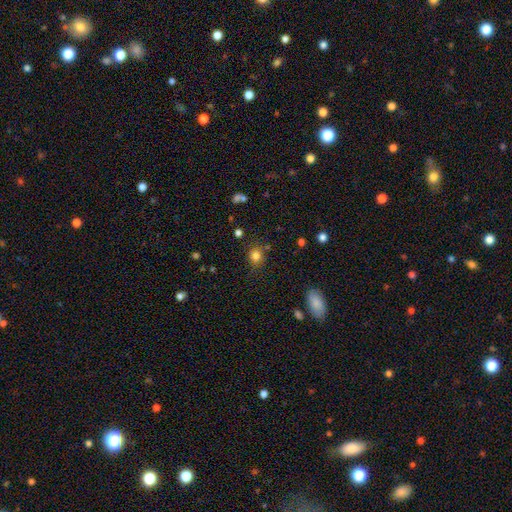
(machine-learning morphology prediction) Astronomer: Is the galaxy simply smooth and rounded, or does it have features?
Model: smooth — 81%.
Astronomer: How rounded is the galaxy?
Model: round — 78%.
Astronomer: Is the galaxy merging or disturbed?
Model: none — 78%.